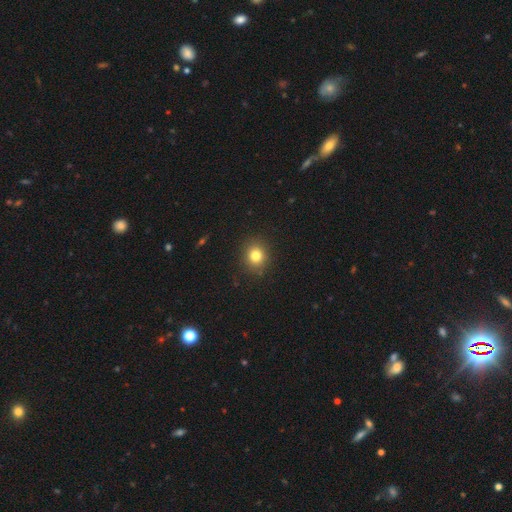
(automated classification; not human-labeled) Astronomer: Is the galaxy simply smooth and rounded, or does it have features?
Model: smooth — 81%.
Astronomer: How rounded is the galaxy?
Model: round — 82%.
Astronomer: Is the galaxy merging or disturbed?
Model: none — 90%.